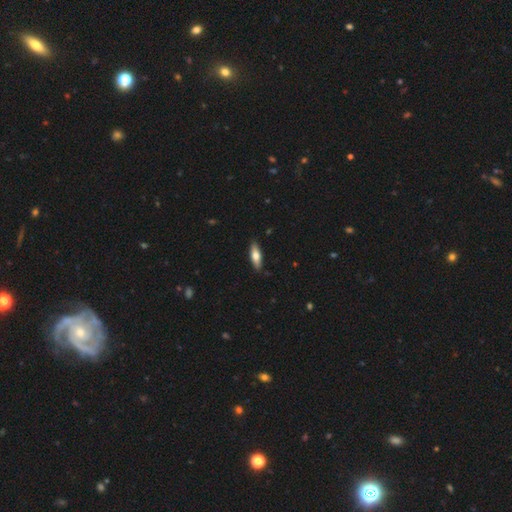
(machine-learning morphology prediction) smooth-or-featured: smooth: 67% | featured or disk: 27% | star or artifact: 5%
  how-rounded: in between: 57% | cigar-shaped: 41% | round: 2%
  merging: none: 87% | minor disturbance: 10% | major disturbance: 2% | merger: 1%